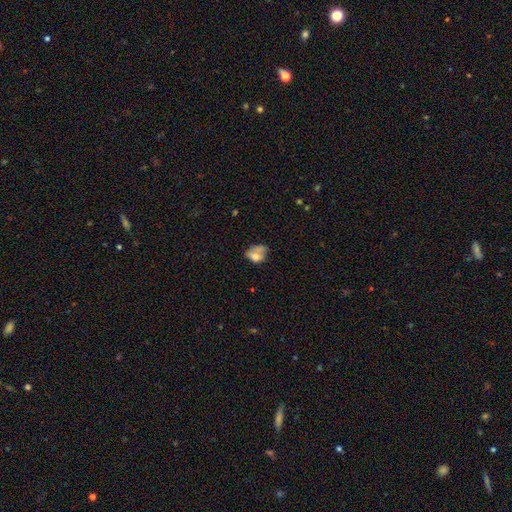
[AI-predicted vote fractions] Smooth or featured? smooth (64%)
How rounded? in between (71%)
Merging? none (28%)